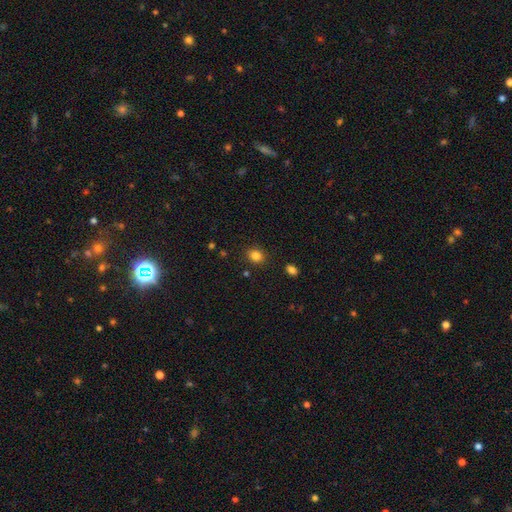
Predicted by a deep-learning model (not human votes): Smooth or featured: smooth — 83% (star or artifact — 12%)
How rounded: round — 65% (in between — 34%)
Merging: none — 87% (minor disturbance — 8%)